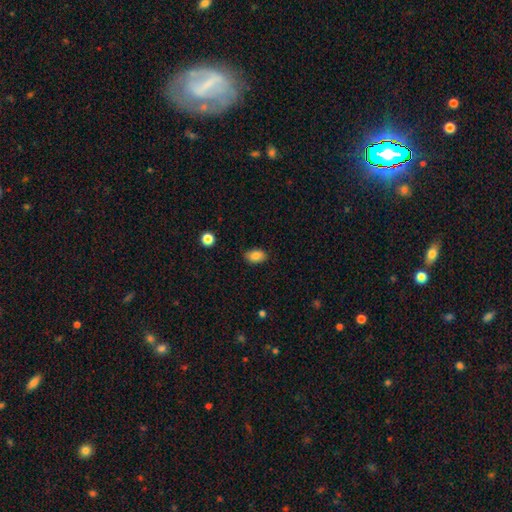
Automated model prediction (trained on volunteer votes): smooth-or-featured: smooth: 85% | star or artifact: 9% | featured or disk: 6%
  how-rounded: in between: 88% | round: 11% | cigar-shaped: 1%
  merging: none: 86% | minor disturbance: 11% | major disturbance: 2% | merger: 1%